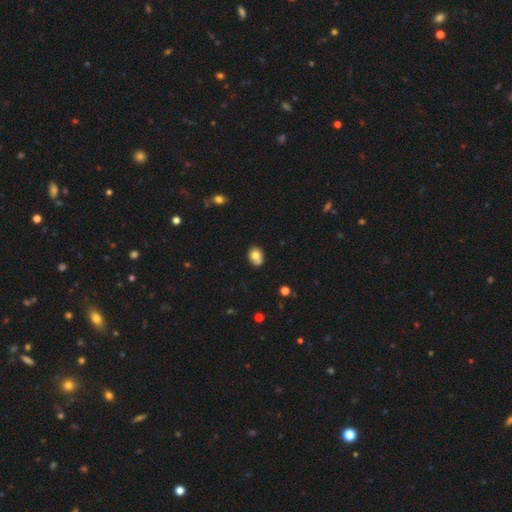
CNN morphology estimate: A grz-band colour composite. It shows a smooth galaxy with no disk features (76%) that is round (50%). Merging: none (56%).